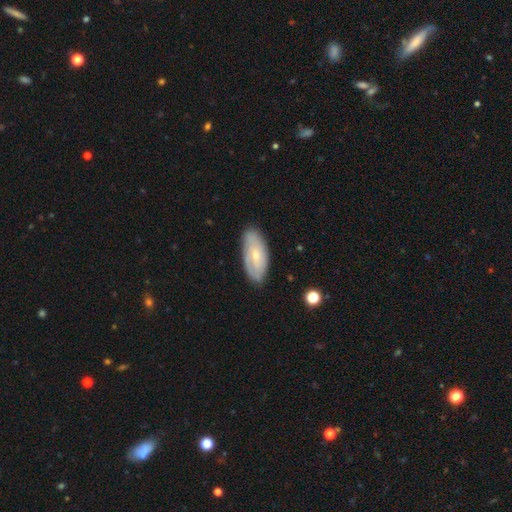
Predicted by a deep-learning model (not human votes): Smooth or featured? Predicted: featured or disk (p=0.52). Edge-on disk? Predicted: no (p=0.89). Merging? Predicted: none (p=0.77).